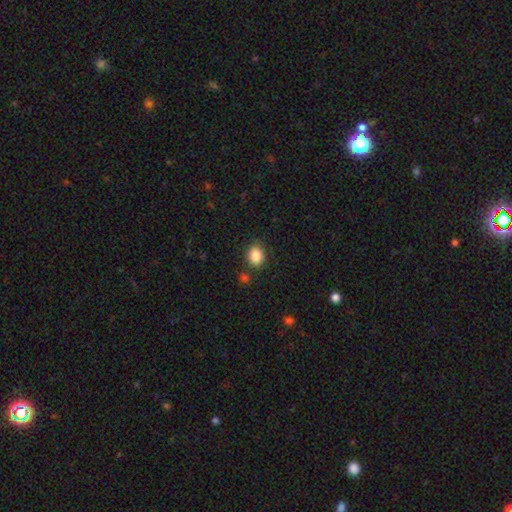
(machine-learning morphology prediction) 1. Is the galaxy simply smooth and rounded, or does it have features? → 87% smooth, 9% star or artifact, 4% featured or disk.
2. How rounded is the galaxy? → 52% round, 47% in between, 1% cigar-shaped.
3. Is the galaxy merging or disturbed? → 80% none, 12% minor disturbance, 4% merger, 3% major disturbance.